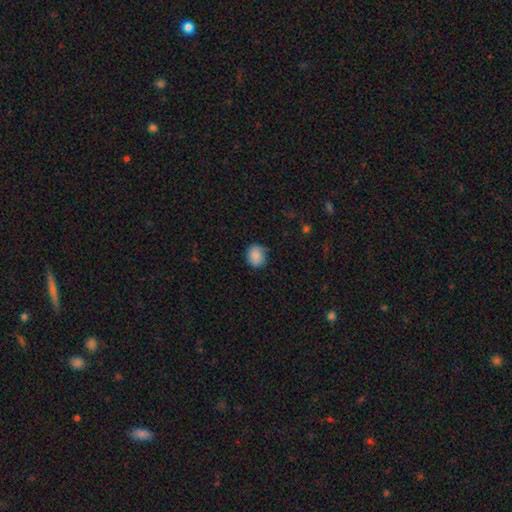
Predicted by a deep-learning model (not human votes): Q: Smooth or featured?
A: smooth (85%); runner-up: star or artifact (8%)
Q: How rounded?
A: round (73%); runner-up: in between (26%)
Q: Merging?
A: none (79%); runner-up: minor disturbance (16%)